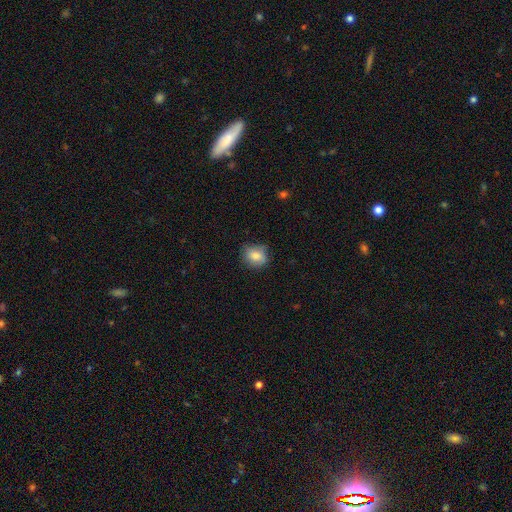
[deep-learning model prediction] The model was most divided on "how rounded": round: 62%, in between: 36%, cigar-shaped: 1%. More confident: smooth or featured — smooth (82%); merging — none (75%).